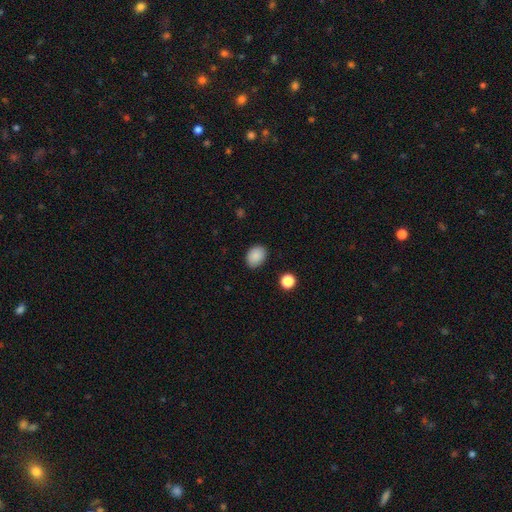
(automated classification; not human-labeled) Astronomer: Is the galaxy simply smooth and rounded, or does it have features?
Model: smooth — 88%.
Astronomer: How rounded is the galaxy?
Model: in between — 66%.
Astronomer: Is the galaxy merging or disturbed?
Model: none — 83%.